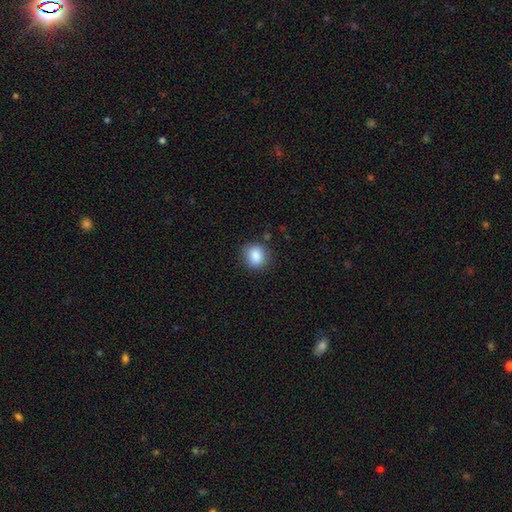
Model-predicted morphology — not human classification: This appears to be a smooth galaxy with no disk features (86%) that is round (73%). Merging: none (82%).